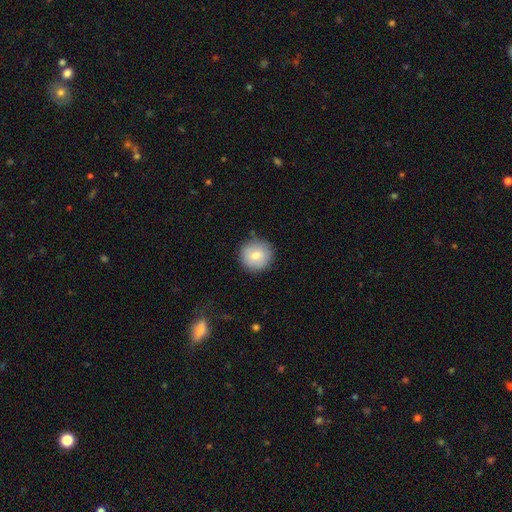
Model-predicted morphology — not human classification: Smooth or featured: smooth — 80% (featured or disk — 13%)
How rounded: round — 94% (in between — 5%)
Merging: none — 84% (minor disturbance — 11%)